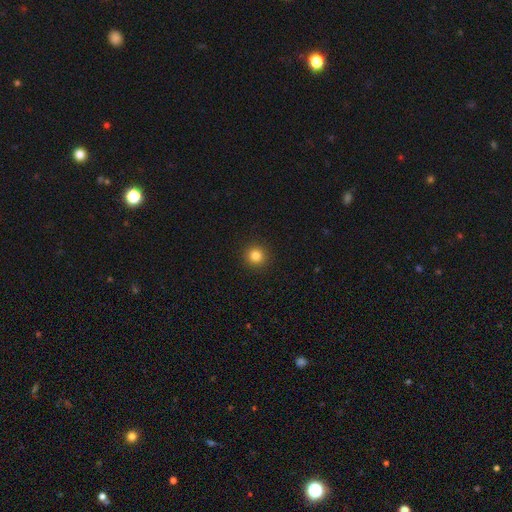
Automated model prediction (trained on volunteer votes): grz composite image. It shows a smooth galaxy with no disk features (83%) that is round (95%). Merging: none (93%).